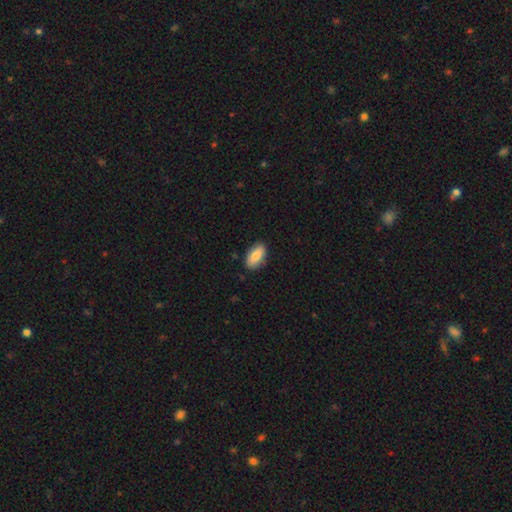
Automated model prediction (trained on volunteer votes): This is likely a smooth galaxy (78%). How rounded: clearly in between (92%). Merging: clearly none (85%).